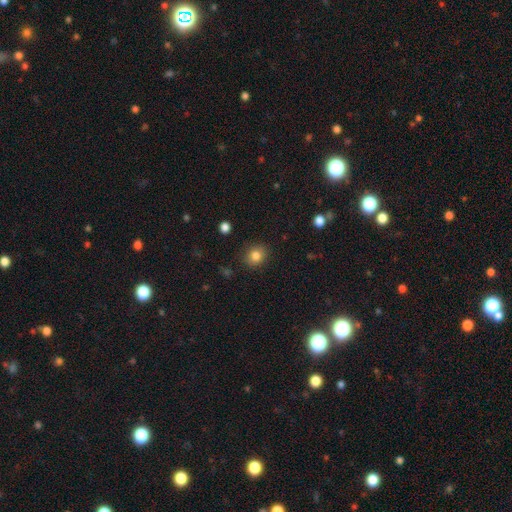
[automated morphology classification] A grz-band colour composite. It shows a smooth galaxy with no disk features (83%) that is round (75%). Merging: none (88%).